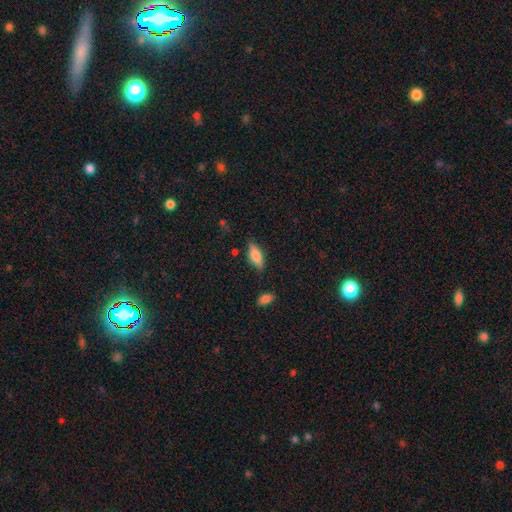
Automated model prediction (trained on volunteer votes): Smooth or featured: smooth — 75% (featured or disk — 18%)
How rounded: in between — 70% (cigar-shaped — 28%)
Merging: none — 82% (minor disturbance — 13%)